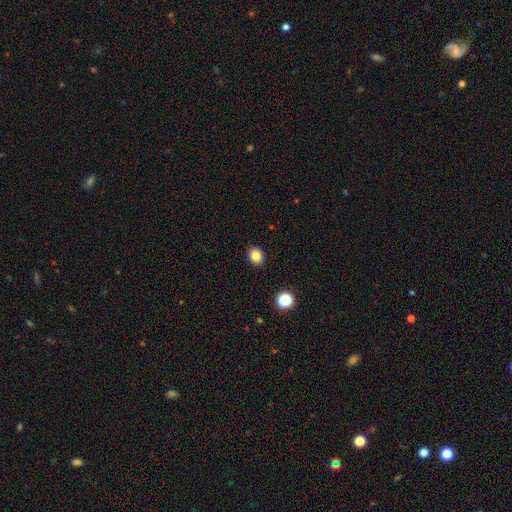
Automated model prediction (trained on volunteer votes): Q: Smooth or featured?
A: smooth (83%); runner-up: star or artifact (12%)
Q: How rounded?
A: round (58%); runner-up: in between (41%)
Q: Merging?
A: none (91%); runner-up: minor disturbance (6%)